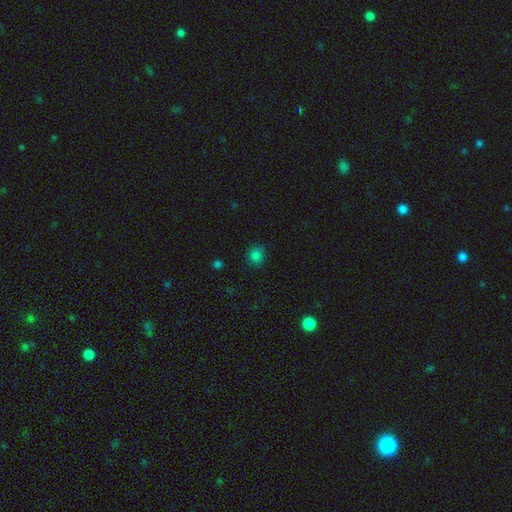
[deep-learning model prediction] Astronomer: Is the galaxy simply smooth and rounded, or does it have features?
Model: smooth — 80%.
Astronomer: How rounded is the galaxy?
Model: round — 84%.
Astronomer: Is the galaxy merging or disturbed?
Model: none — 87%.